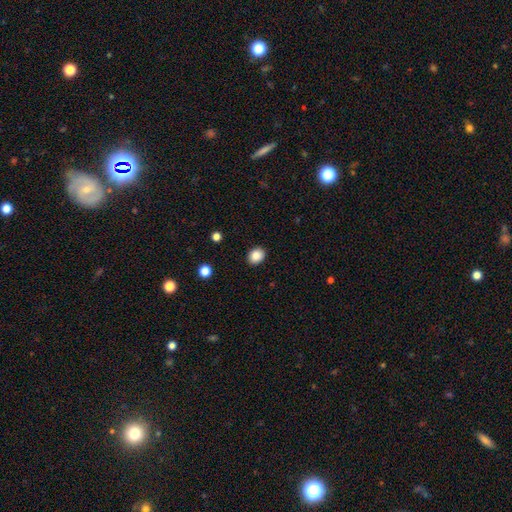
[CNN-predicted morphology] Q: Smooth or featured?
A: smooth (86%); runner-up: star or artifact (9%)
Q: How rounded?
A: round (54%); runner-up: in between (46%)
Q: Merging?
A: none (90%); runner-up: minor disturbance (7%)